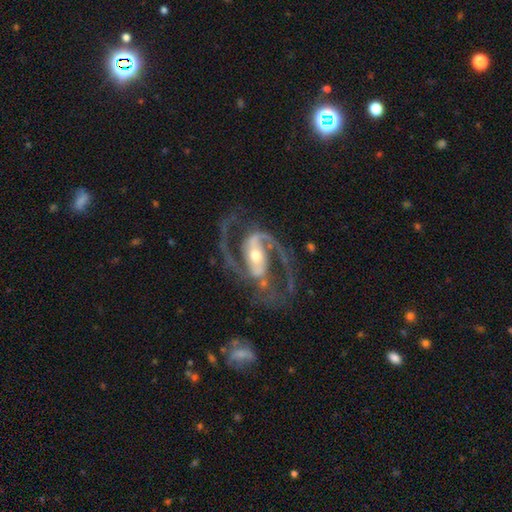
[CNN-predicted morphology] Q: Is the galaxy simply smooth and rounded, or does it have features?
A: featured or disk — 93%.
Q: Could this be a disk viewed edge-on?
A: no — 97%.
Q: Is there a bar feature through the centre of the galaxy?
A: strong — 54%.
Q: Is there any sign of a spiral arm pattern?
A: yes — 98%.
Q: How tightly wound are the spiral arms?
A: medium — 65%.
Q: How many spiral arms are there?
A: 2 — 91%.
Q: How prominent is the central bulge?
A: moderate — 65%.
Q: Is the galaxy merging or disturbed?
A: none — 71%.